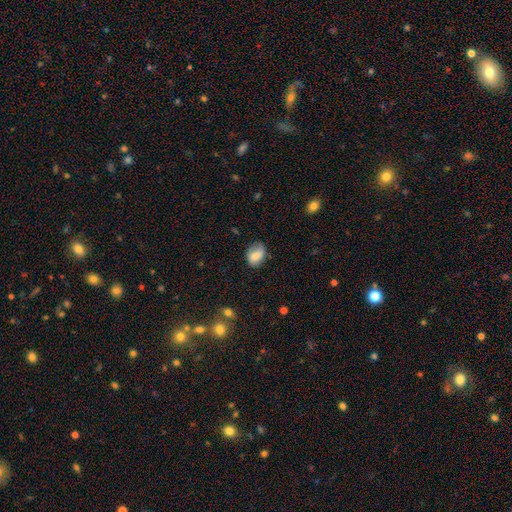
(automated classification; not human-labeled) smooth_or_featured: smooth (p=0.78) [alt: featured or disk p=0.14]
how_rounded: in between (p=0.76) [alt: round p=0.23]
merging: none (p=0.64) [alt: minor disturbance p=0.27]